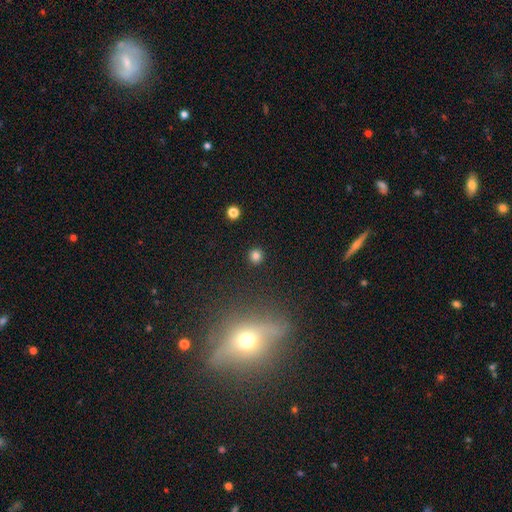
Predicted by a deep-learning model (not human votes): Smooth or featured? Predicted: smooth (p=0.82). How rounded? Predicted: round (p=0.94). Merging? Predicted: none (p=0.92).